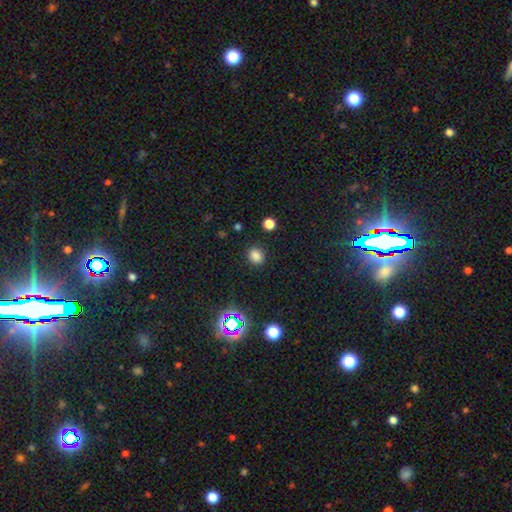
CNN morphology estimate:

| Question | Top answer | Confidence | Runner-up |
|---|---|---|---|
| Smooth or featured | smooth | 80% | star or artifact (16%) |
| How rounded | round | 62% | in between (37%) |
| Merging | none | 87% | minor disturbance (8%) |